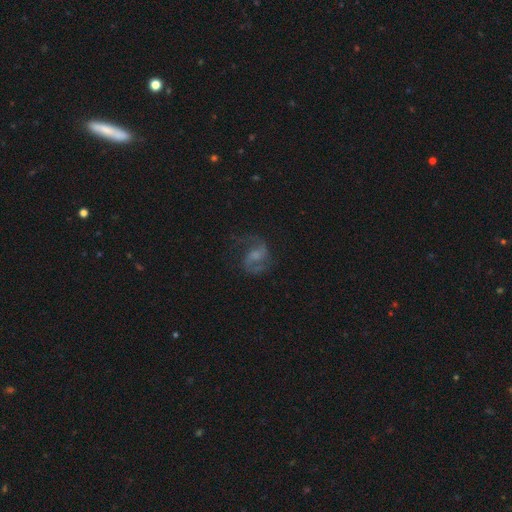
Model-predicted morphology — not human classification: smooth_or_featured: featured or disk (p=0.79) [alt: smooth p=0.13]
disk_edge_on: no (p=0.98) [alt: yes p=0.02]
bar: weak (p=0.49) [alt: no p=0.36]
has_spiral_arms: yes (p=0.94) [alt: no p=0.06]
spiral_winding: medium (p=0.51) [alt: loose p=0.37]
spiral_arm_count: 2 (p=0.88) [alt: 1 p=0.04]
bulge_size: moderate (p=0.31) [alt: small p=0.30]
merging: none (p=0.66) [alt: minor disturbance p=0.17]